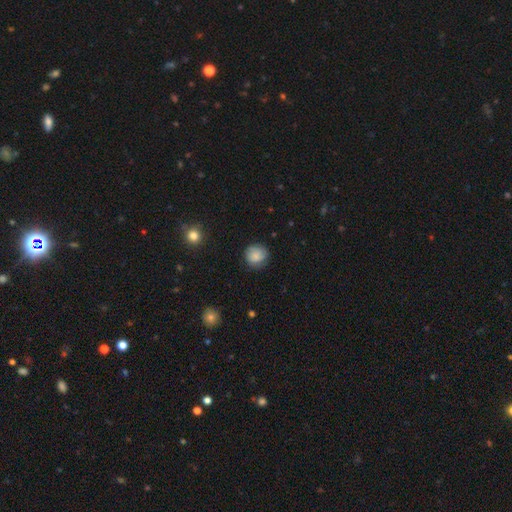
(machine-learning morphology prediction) Overall: smooth (81%). How rounded: round (88%). Merging: none (75%).